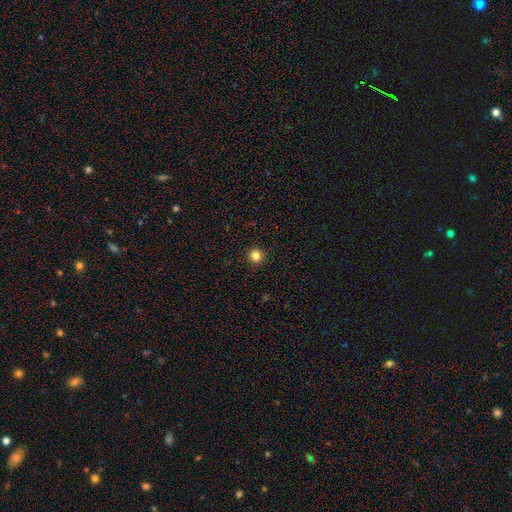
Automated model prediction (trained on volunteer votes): smooth_or_featured: smooth (p=0.83) [alt: star or artifact p=0.13]
how_rounded: round (p=0.96) [alt: in between p=0.03]
merging: none (p=0.94) [alt: minor disturbance p=0.04]